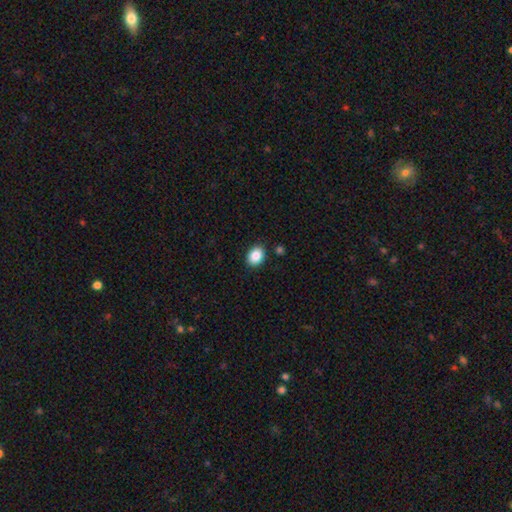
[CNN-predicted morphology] type=smooth (87%); roundness=in between (64%); merging=none (88%).